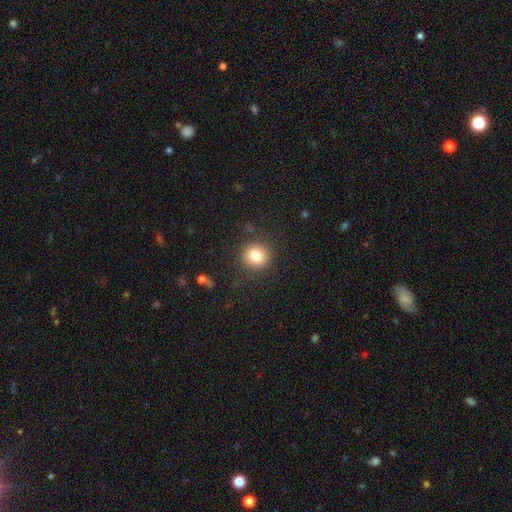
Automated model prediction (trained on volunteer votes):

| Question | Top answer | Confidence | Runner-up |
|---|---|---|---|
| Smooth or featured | smooth | 79% | star or artifact (11%) |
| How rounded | round | 90% | in between (9%) |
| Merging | none | 88% | minor disturbance (7%) |